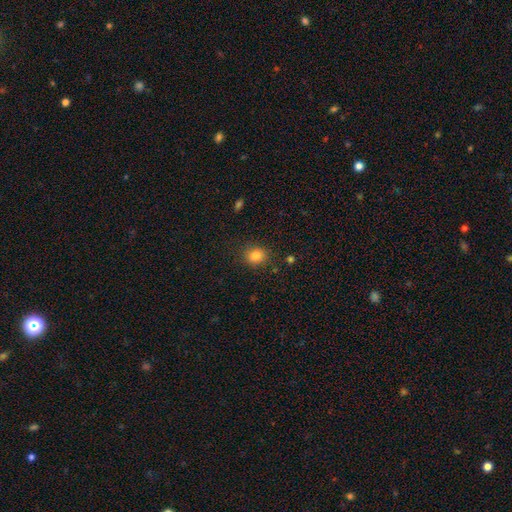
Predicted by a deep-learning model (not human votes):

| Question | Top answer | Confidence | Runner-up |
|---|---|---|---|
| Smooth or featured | smooth | 85% | star or artifact (11%) |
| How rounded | round | 64% | in between (35%) |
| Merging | none | 84% | minor disturbance (11%) |